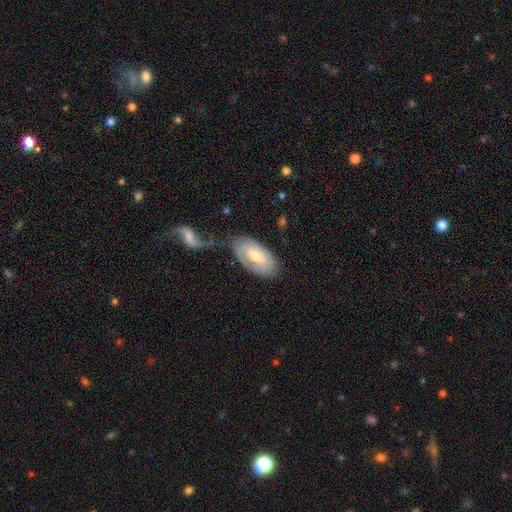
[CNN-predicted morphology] The model was most divided on "smooth or featured": featured or disk: 53%, smooth: 41%, star or artifact: 6%. More confident: edge-on disk — no (92%); merging — none (57%).